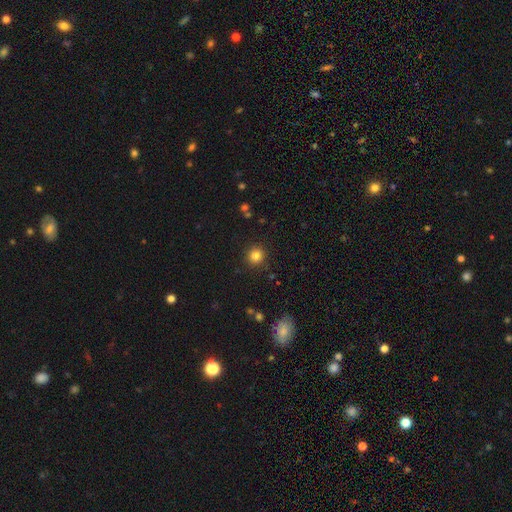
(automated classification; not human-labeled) Q: Smooth or featured?
A: smooth (82%); runner-up: star or artifact (12%)
Q: How rounded?
A: round (92%); runner-up: in between (7%)
Q: Merging?
A: none (90%); runner-up: minor disturbance (6%)